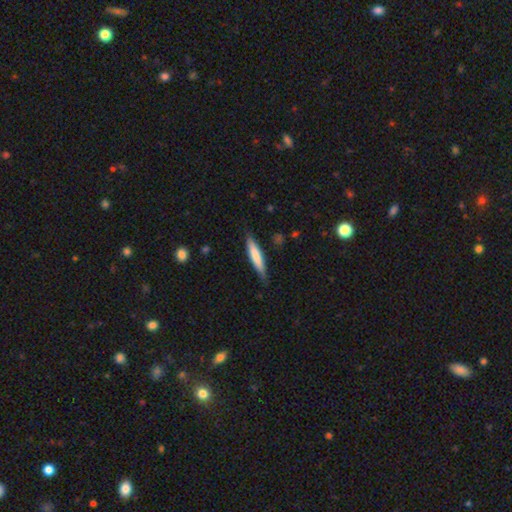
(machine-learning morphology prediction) Overall: smooth (69%). How rounded: cigar-shaped (88%). Merging: none (80%).